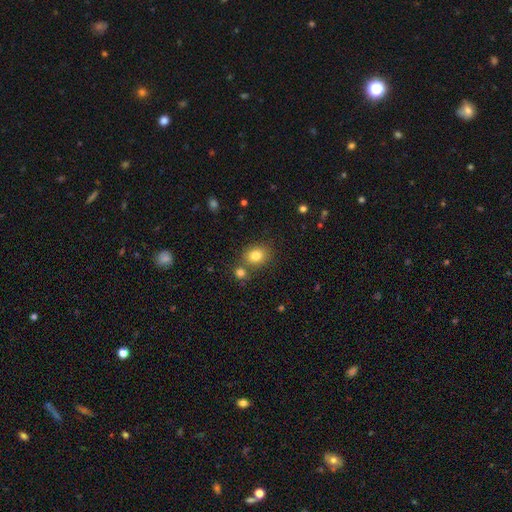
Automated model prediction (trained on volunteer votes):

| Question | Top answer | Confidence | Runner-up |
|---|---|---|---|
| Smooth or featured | smooth | 81% | star or artifact (12%) |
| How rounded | round | 58% | in between (41%) |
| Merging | none | 69% | merger (17%) |